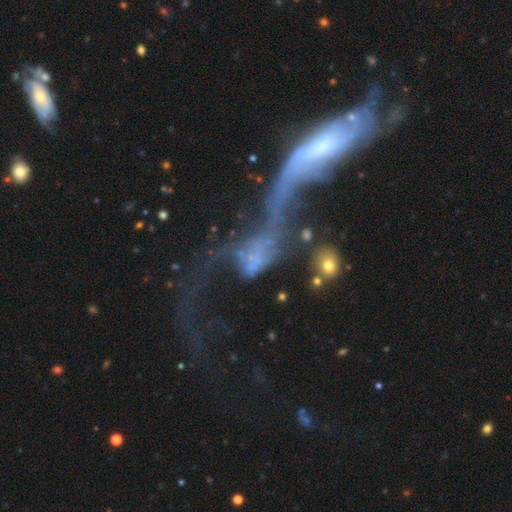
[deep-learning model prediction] Smooth or featured: featured or disk — 54% (smooth — 28%)
Edge-on disk: no — 85% (yes — 15%)
Merging: merger — 53% (major disturbance — 30%)